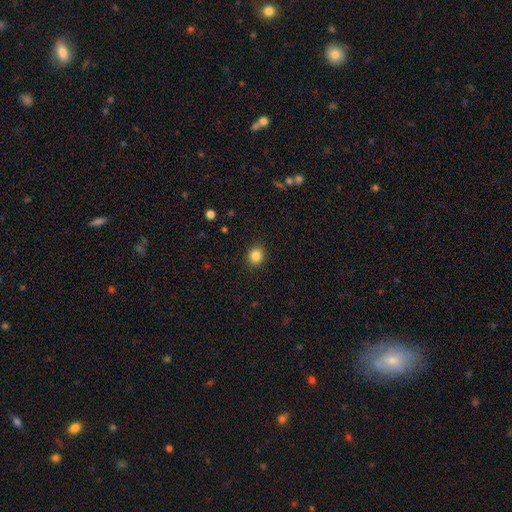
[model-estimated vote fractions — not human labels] Q: Smooth or featured?
A: smooth (85%); runner-up: star or artifact (11%)
Q: How rounded?
A: round (83%); runner-up: in between (16%)
Q: Merging?
A: none (91%); runner-up: minor disturbance (6%)